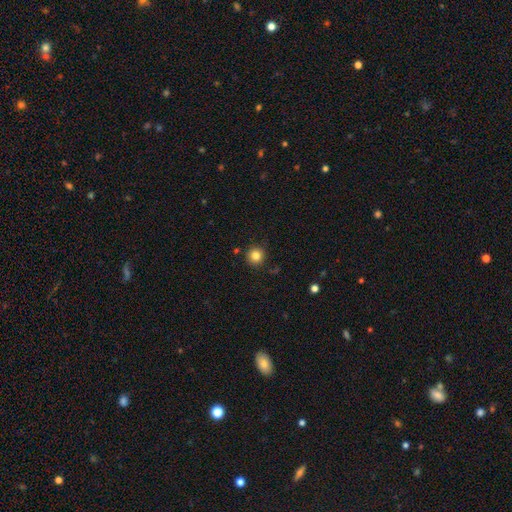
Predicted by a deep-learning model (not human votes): Smooth or featured? smooth (83%)
How rounded? round (95%)
Merging? none (89%)